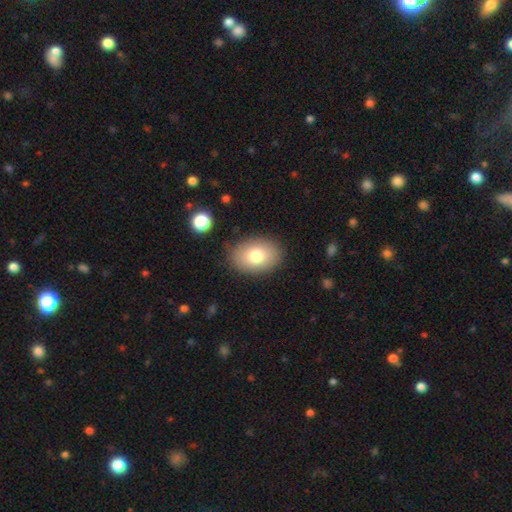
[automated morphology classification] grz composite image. It shows a smooth galaxy with no disk features (79%) that is in between round and cigar-shaped (80%). Merging: none (86%).